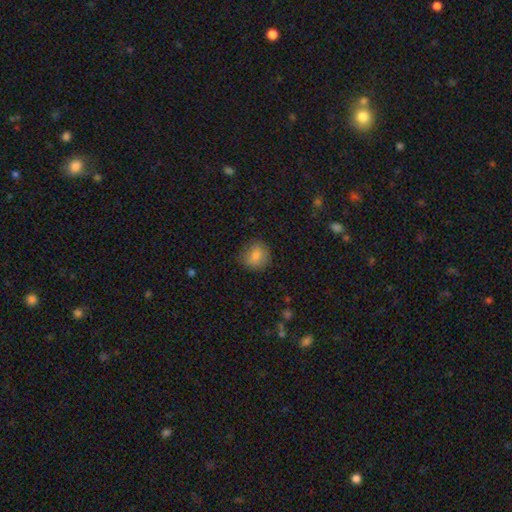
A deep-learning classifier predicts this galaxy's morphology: A smooth galaxy with no disk features (83%) that is round (84%).

Vote fractions:
- Smooth or featured? smooth: 83% / featured or disk: 9% / star or artifact: 9%
- How rounded? round: 84% / in between: 15% / cigar-shaped: 1%
- Merging? none: 81% / minor disturbance: 14% / major disturbance: 4% / merger: 1%